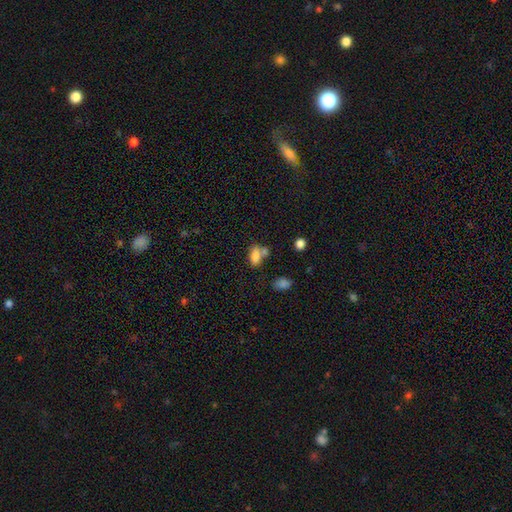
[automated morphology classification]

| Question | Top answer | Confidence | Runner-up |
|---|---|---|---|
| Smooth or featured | smooth | 80% | star or artifact (11%) |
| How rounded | in between | 88% | round (8%) |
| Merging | none | 39% | merger (38%) |